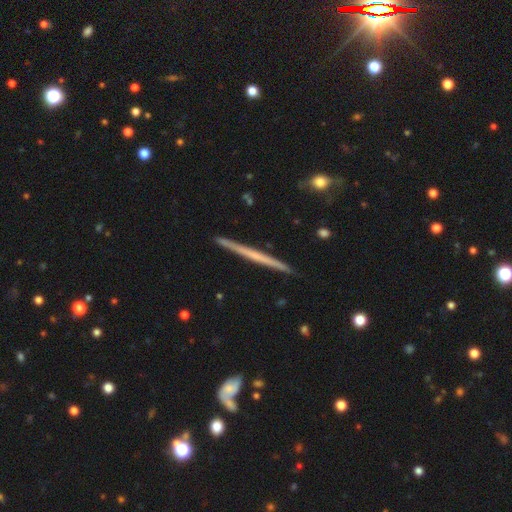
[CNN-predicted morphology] A featured or disk galaxy (65%) viewed edge-on (98%) with no central bulge (81%).

Vote fractions:
- Smooth or featured? featured or disk: 65% / smooth: 29% / star or artifact: 5%
- Edge-on disk? yes: 98% / no: 2%
- Edge-on bulge? none: 81% / rounded: 14% / boxy: 5%
- Merging? none: 91% / minor disturbance: 6% / merger: 1% / major disturbance: 1%